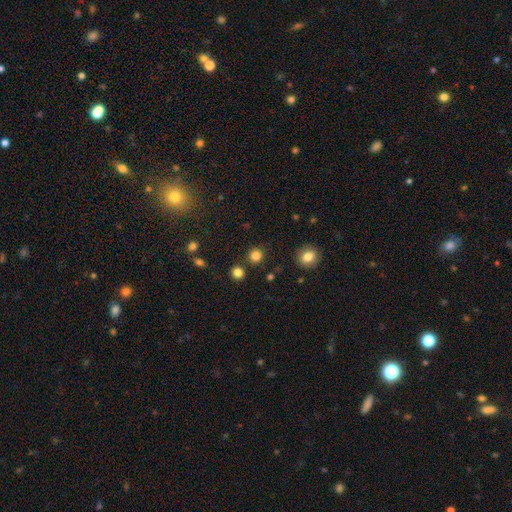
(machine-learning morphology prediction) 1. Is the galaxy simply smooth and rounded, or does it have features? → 83% smooth, 14% star or artifact, 4% featured or disk.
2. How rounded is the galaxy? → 92% round, 7% in between, 1% cigar-shaped.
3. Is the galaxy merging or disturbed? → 88% none, 6% minor disturbance, 4% merger, 3% major disturbance.